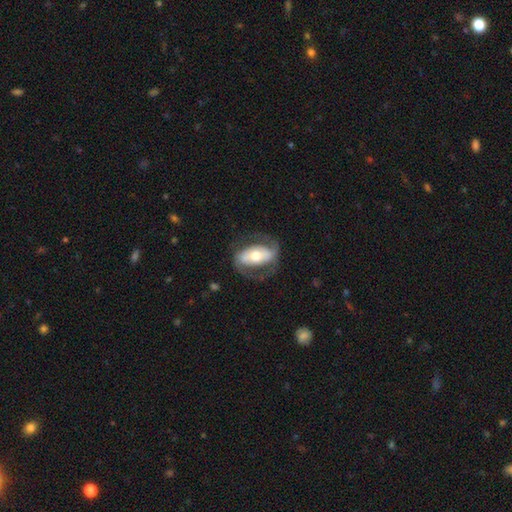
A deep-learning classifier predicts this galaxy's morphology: A featured or disk galaxy (69%) with a strong bar (41%), spiral arms (74%) and a moderate central bulge (63%).

Vote fractions:
- Smooth or featured? featured or disk: 69% / smooth: 25% / star or artifact: 5%
- Edge-on disk? no: 94% / yes: 6%
- Bar? strong: 41% / no: 34% / weak: 25%
- Spiral arms? yes: 74% / no: 26%
- Bulge size? moderate: 63% / small: 19% / large: 14% / dominant: 2% / none: 1%
- Merging? none: 67% / minor disturbance: 17% / major disturbance: 15% / merger: 1%